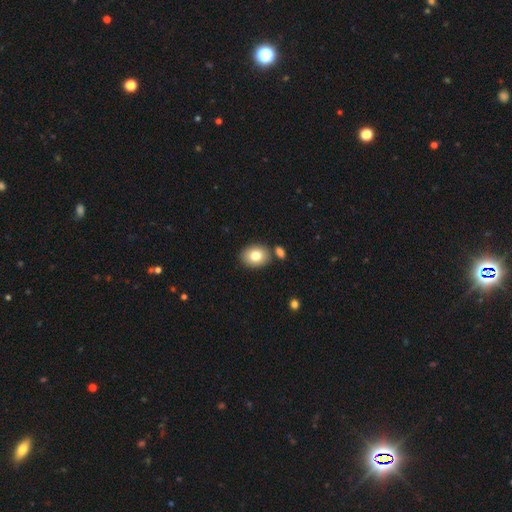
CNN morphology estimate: Overall: smooth (80%). How rounded: in between (55%; round 44%). Merging: none (78%).